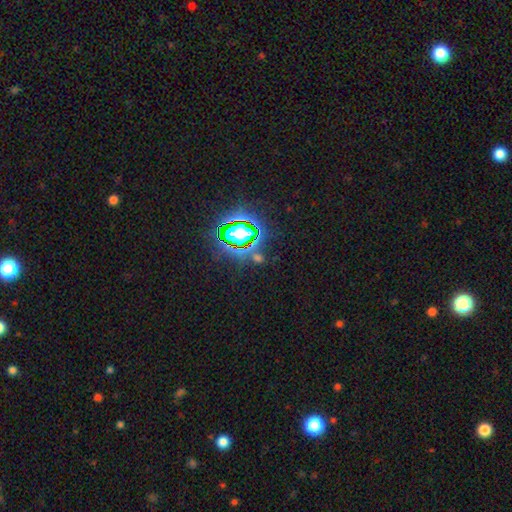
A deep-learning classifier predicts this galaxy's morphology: smooth_or_featured: star or artifact (p=0.74) [alt: smooth p=0.16]